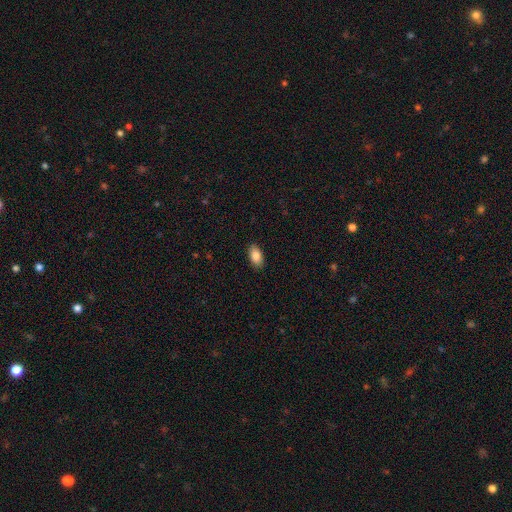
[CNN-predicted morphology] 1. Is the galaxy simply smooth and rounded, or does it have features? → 86% smooth, 7% star or artifact, 6% featured or disk.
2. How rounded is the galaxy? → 92% in between, 5% round, 3% cigar-shaped.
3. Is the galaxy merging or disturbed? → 89% none, 8% minor disturbance, 2% major disturbance, 1% merger.